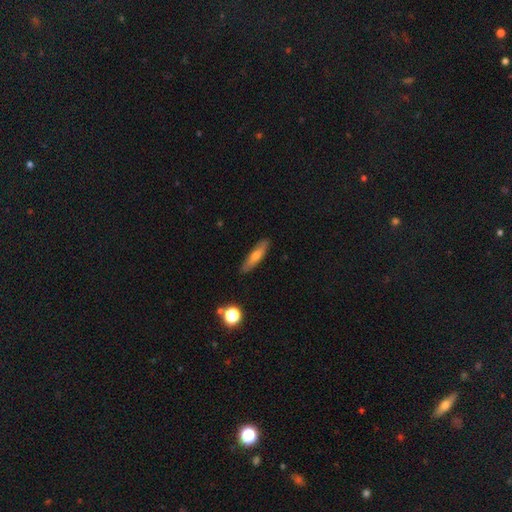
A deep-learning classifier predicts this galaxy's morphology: This is possibly a smooth galaxy (58%). How rounded: likely cigar-shaped (73%). Merging: clearly none (87%).